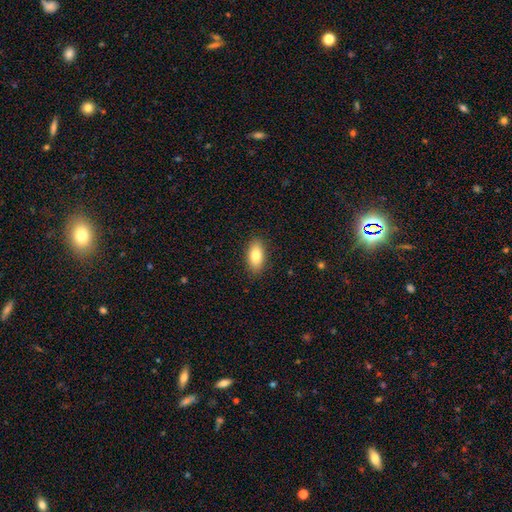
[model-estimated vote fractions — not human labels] smooth_or_featured: smooth (p=0.81) [alt: featured or disk p=0.12]
how_rounded: in between (p=0.89) [alt: cigar-shaped p=0.07]
merging: none (p=0.88) [alt: minor disturbance p=0.09]